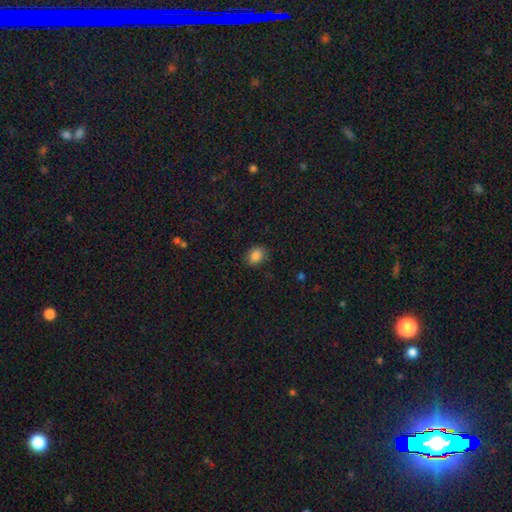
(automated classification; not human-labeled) Morphology: type=smooth (86%); roundness=in between (65%); merging=none (85%).